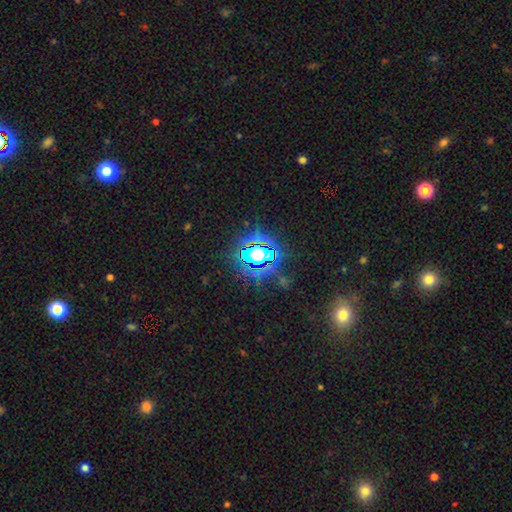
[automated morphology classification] Q: Smooth or featured?
A: star or artifact (73%); runner-up: smooth (17%)